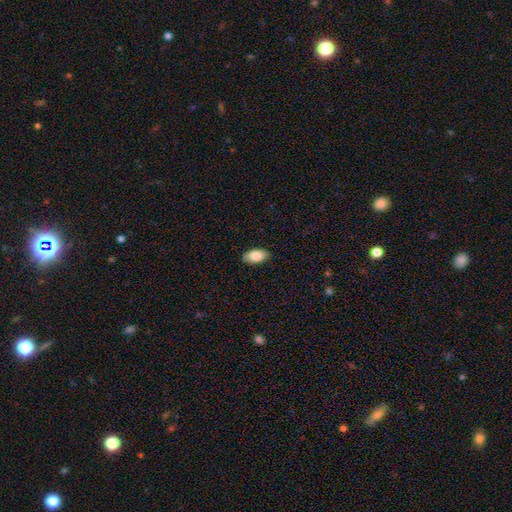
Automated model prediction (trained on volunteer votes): The model was most divided on "merging": none: 87%, minor disturbance: 10%, major disturbance: 2%, merger: 1%. More confident: how rounded — in between (94%); smooth or featured — smooth (86%).